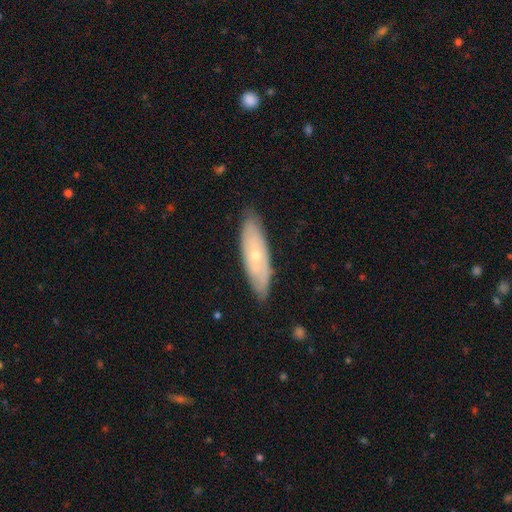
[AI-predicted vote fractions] A featured or disk galaxy (58%). Merging: none (82%).